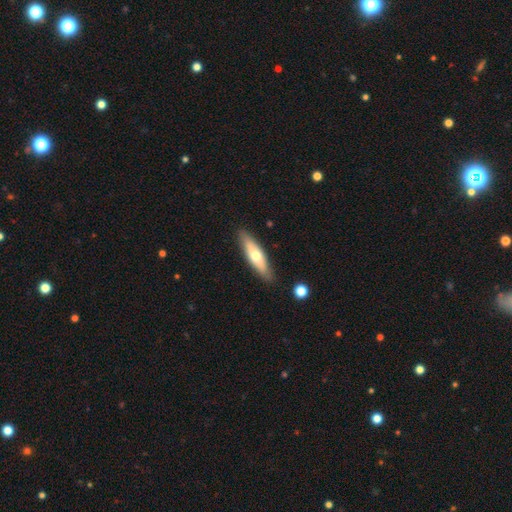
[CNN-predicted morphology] smooth_or_featured: smooth (p=0.55) [alt: featured or disk p=0.39]
how_rounded: cigar-shaped (p=0.61) [alt: in between p=0.38]
merging: none (p=0.85) [alt: minor disturbance p=0.11]